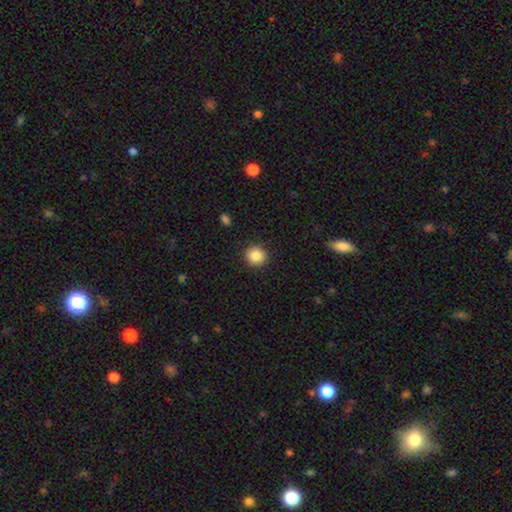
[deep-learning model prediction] smooth-or-featured: smooth: 87% | star or artifact: 9% | featured or disk: 4%
  how-rounded: round: 90% | in between: 9% | cigar-shaped: 1%
  merging: none: 91% | minor disturbance: 6% | major disturbance: 2% | merger: 1%